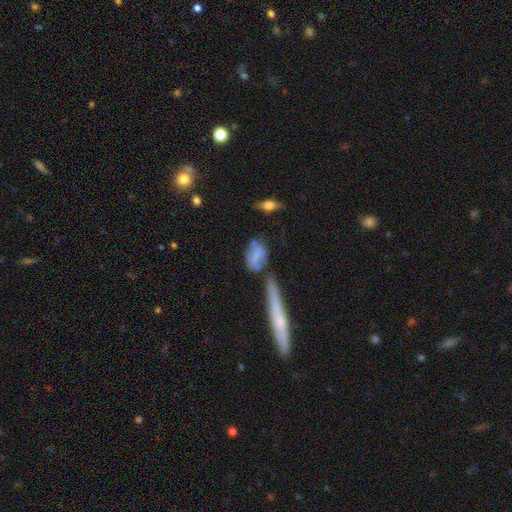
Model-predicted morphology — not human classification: This appears to be a smooth galaxy with no disk features (57%) that is in between round and cigar-shaped (78%). Merging: none (50%).